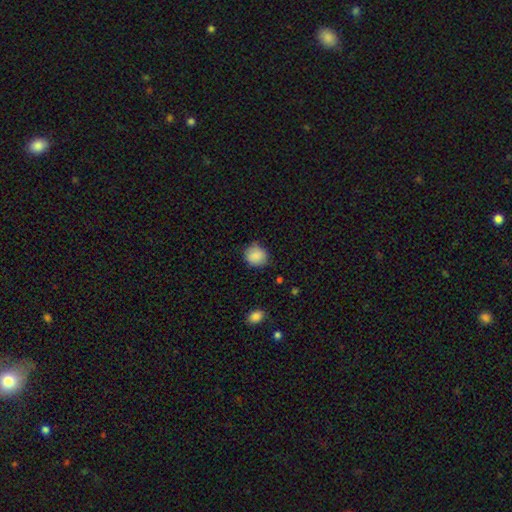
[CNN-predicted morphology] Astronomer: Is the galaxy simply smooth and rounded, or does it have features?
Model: smooth — 85%.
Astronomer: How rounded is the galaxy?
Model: round — 79%.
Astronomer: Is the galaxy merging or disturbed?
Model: none — 75%.